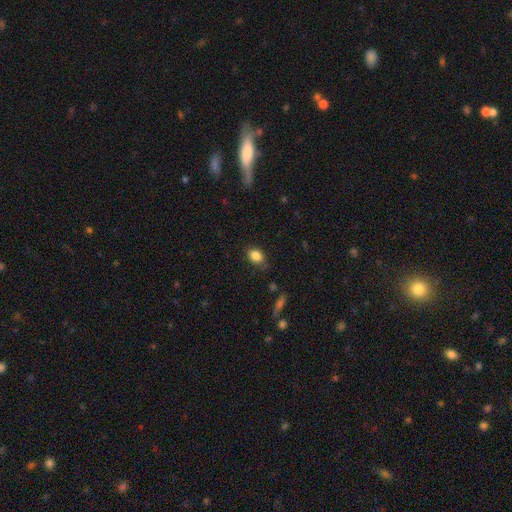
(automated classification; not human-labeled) Smooth or featured? Predicted: smooth (p=0.85). How rounded? Predicted: in between (p=0.72). Merging? Predicted: none (p=0.72).